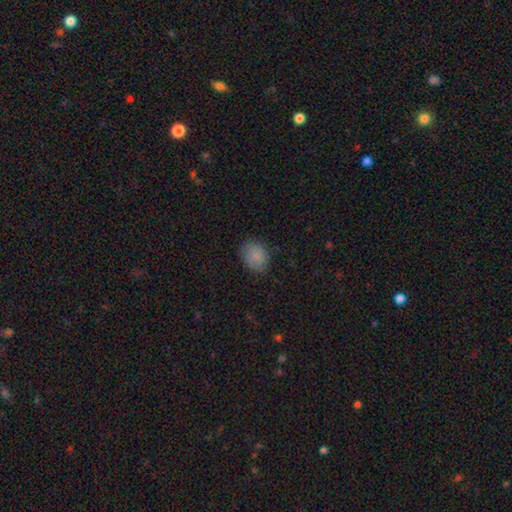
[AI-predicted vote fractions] A smooth galaxy with no disk features (83%) that is in between round and cigar-shaped (52%).

Vote fractions:
- Smooth or featured? smooth: 83% / featured or disk: 9% / star or artifact: 8%
- How rounded? in between: 52% / round: 47% / cigar-shaped: 1%
- Merging? none: 80% / minor disturbance: 16% / major disturbance: 4% / merger: 1%